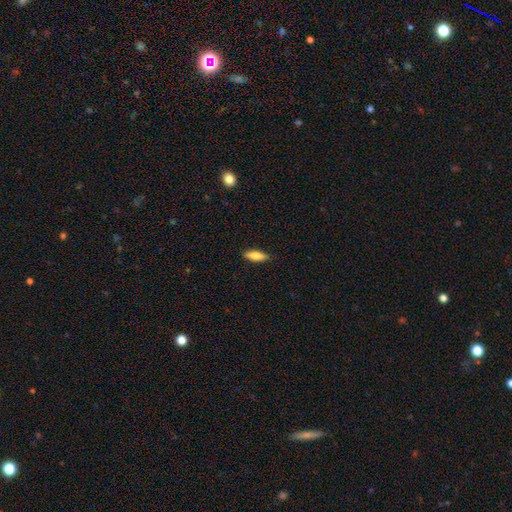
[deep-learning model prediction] smooth-or-featured: smooth: 81% | featured or disk: 13% | star or artifact: 6%
  how-rounded: in between: 55% | cigar-shaped: 43% | round: 2%
  merging: none: 88% | minor disturbance: 9% | major disturbance: 2% | merger: 1%